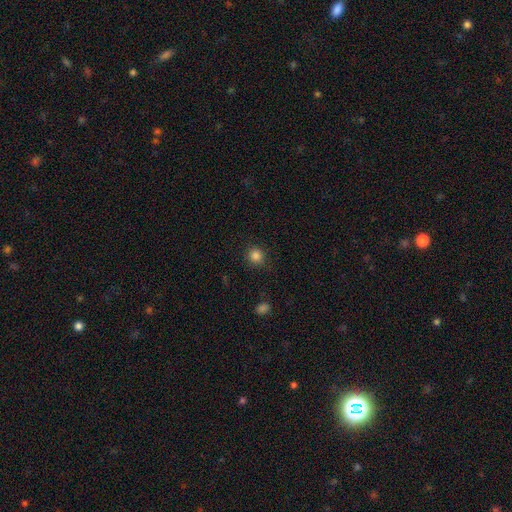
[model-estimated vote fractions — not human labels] A smooth galaxy with no disk features (84%) that is round (91%). Merging: none (89%).